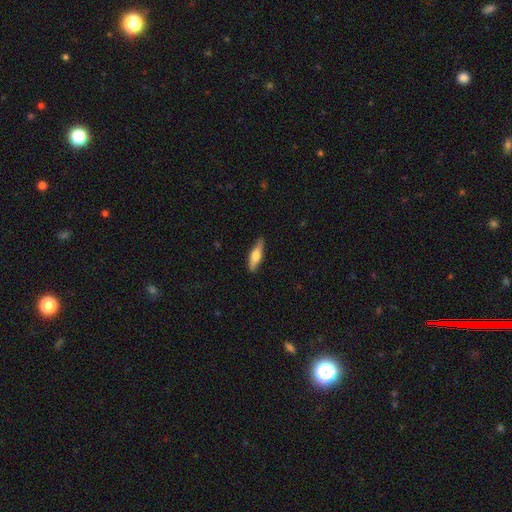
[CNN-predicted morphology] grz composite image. It shows a smooth galaxy with no disk features (57%) that is cigar-shaped (63%). Merging: none (85%).